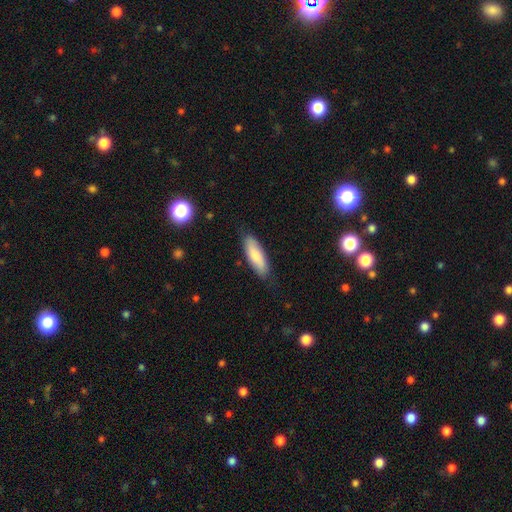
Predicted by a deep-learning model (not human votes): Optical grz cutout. It shows a smooth galaxy with no disk features (79%) that is in between round and cigar-shaped (58%). Merging: none (79%).